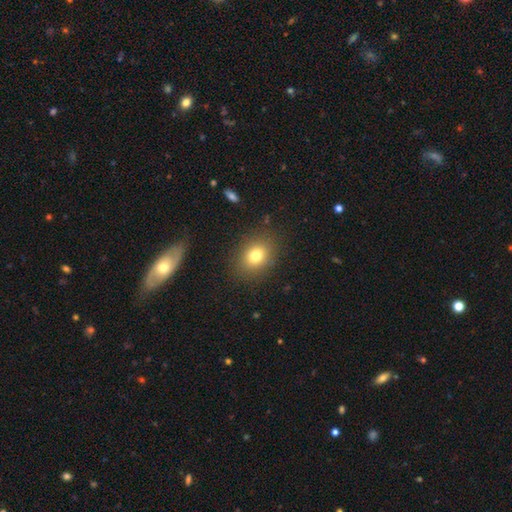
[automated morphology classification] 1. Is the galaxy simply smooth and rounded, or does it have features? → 77% smooth, 12% star or artifact, 10% featured or disk.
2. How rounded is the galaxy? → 50% round, 49% in between, 1% cigar-shaped.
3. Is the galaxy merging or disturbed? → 86% none, 9% minor disturbance, 4% major disturbance, 1% merger.